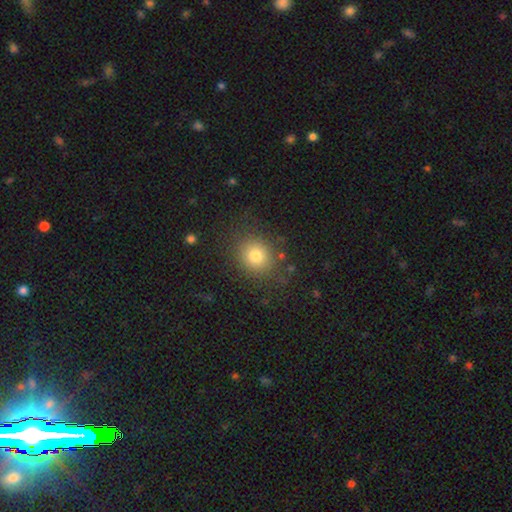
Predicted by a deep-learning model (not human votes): Smooth or featured?
  - smooth: 78% *
  - star or artifact: 13%
  - featured or disk: 9%
How rounded?
  - round: 76% *
  - in between: 23%
  - cigar-shaped: 1%
Merging?
  - none: 83% *
  - minor disturbance: 10%
  - major disturbance: 5%
  - merger: 2%